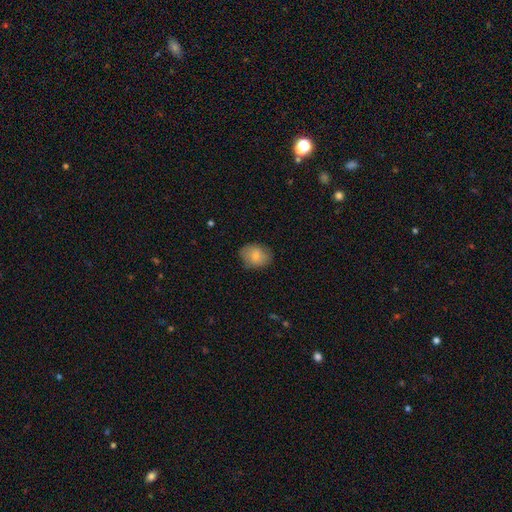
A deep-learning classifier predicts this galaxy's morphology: type=smooth (79%); roundness=in between (59%); merging=none (77%).